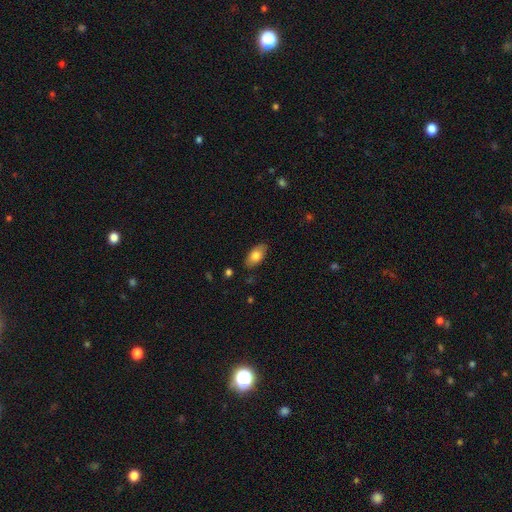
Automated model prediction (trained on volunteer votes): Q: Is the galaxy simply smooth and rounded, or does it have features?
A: smooth — 78%.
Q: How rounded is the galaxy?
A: in between — 92%.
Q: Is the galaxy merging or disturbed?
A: none — 85%.